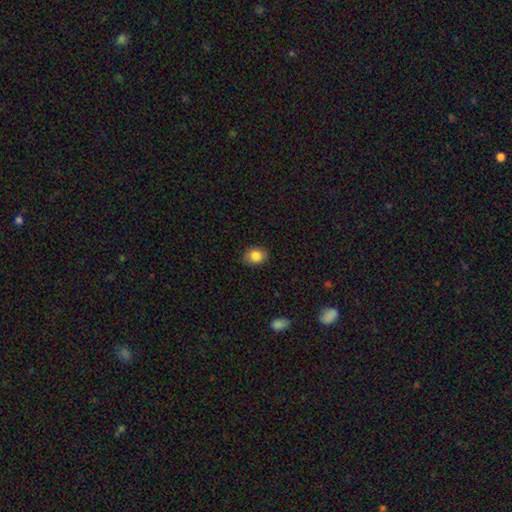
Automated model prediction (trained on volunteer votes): Smooth or featured? smooth (84%)
How rounded? in between (53%)
Merging? none (85%)